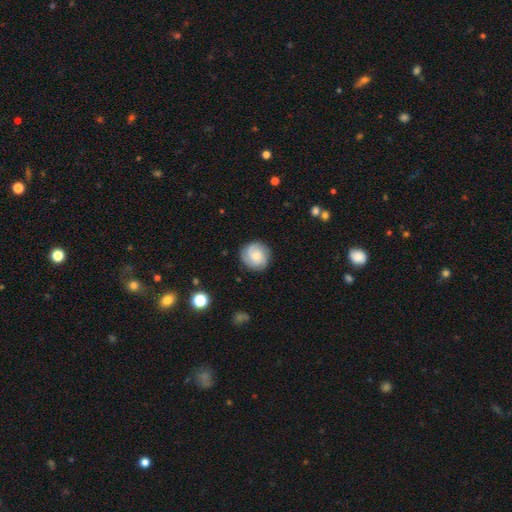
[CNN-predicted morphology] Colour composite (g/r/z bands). It shows a featured or disk galaxy (52%) with no bar (73%), spiral arms (92%) and a small central bulge (50%). Merging: none (84%).